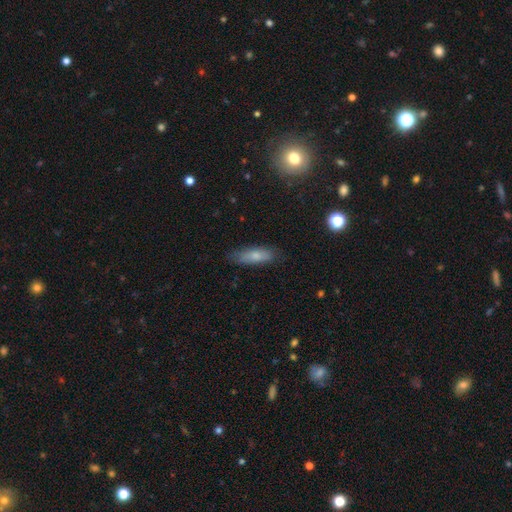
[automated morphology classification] A smooth galaxy with no disk features (76%) that is in between round and cigar-shaped (51%). Merging: none (79%).